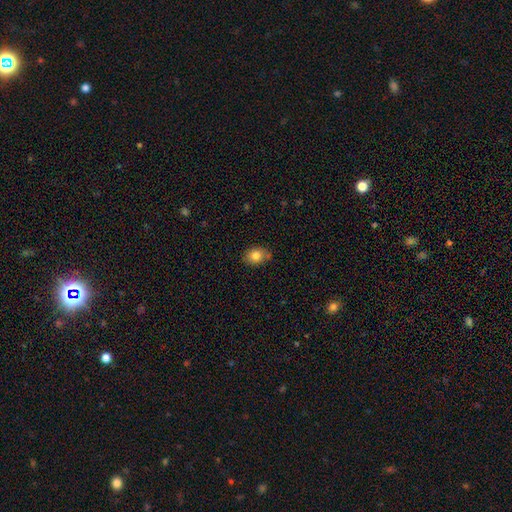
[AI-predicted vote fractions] Smooth or featured? smooth (82%)
How rounded? in between (59%)
Merging? none (76%)